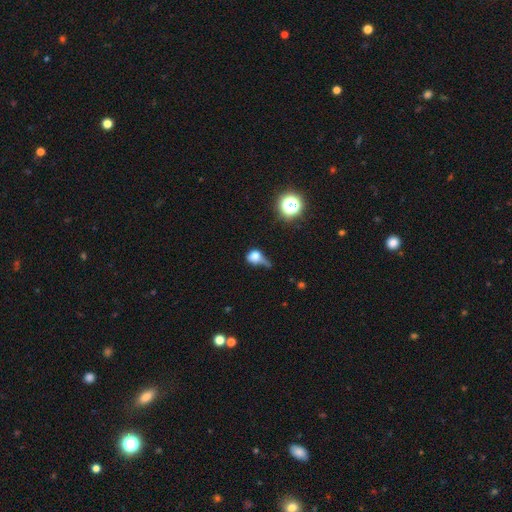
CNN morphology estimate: This is likely a smooth galaxy (67%). How rounded: possibly round (59%). Merging: marginally major disturbance (35%).